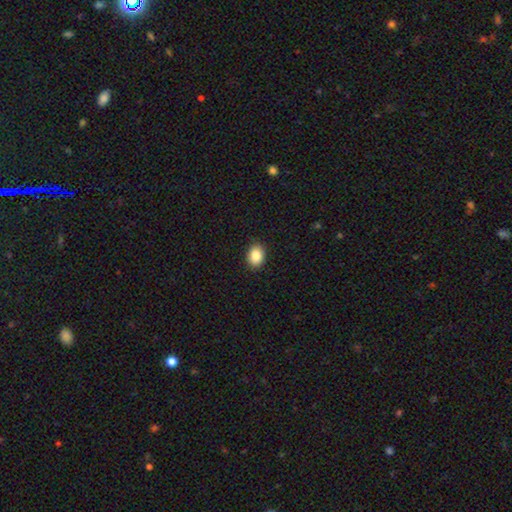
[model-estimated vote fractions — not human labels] A smooth galaxy with no disk features (87%) that is in between round and cigar-shaped (70%).

Vote fractions:
- Smooth or featured? smooth: 87% / star or artifact: 8% / featured or disk: 5%
- How rounded? in between: 70% / round: 29% / cigar-shaped: 1%
- Merging? none: 89% / minor disturbance: 8% / major disturbance: 2% / merger: 1%